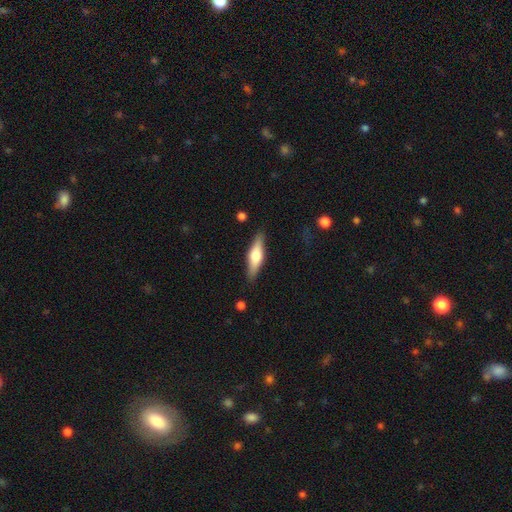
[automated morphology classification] A featured or disk galaxy (49%).

Vote fractions:
- Smooth or featured? featured or disk: 49% / smooth: 46% / star or artifact: 5%
- Merging? none: 86% / minor disturbance: 10% / major disturbance: 2% / merger: 1%